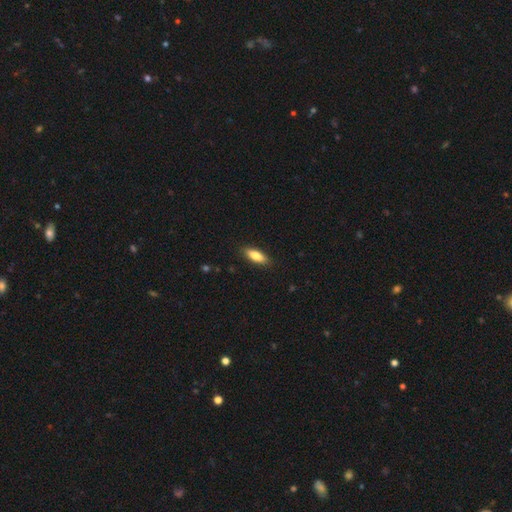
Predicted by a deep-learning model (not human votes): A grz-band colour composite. It shows a smooth galaxy with no disk features (79%) that is in between round and cigar-shaped (66%). Merging: none (88%).